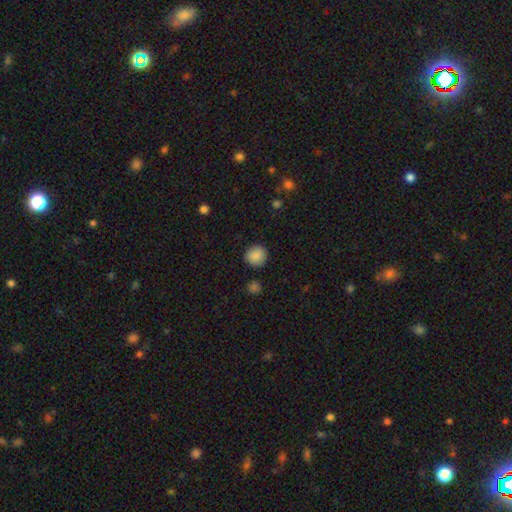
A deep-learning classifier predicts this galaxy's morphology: This appears to be a smooth galaxy with no disk features (88%) that is round (89%). Merging: none (88%).